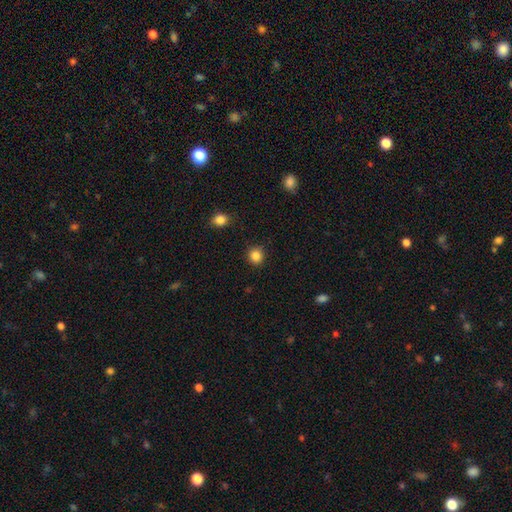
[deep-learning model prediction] A smooth galaxy with no disk features (86%) that is round (88%).

Vote fractions:
- Smooth or featured? smooth: 86% / star or artifact: 11% / featured or disk: 4%
- How rounded? round: 88% / in between: 11% / cigar-shaped: 1%
- Merging? none: 90% / minor disturbance: 6% / major disturbance: 2% / merger: 1%